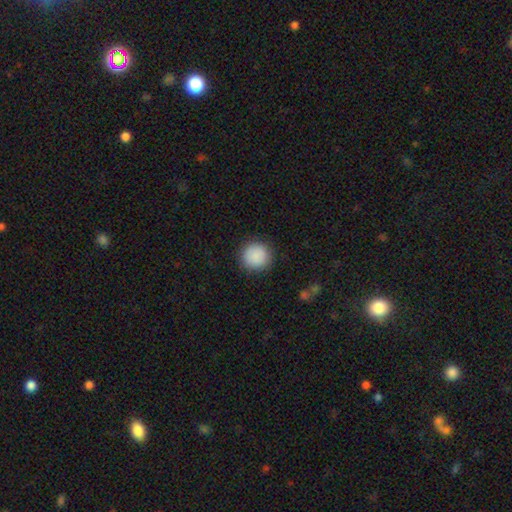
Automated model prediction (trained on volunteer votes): Smooth or featured: smooth — 89% (star or artifact — 7%)
How rounded: round — 94% (in between — 5%)
Merging: none — 90% (minor disturbance — 7%)